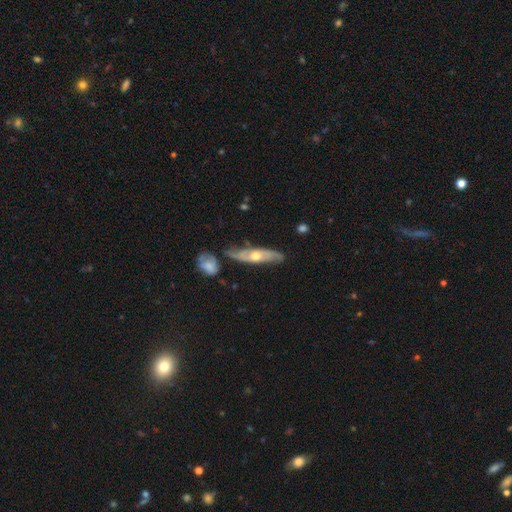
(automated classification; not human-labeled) Smooth or featured: featured or disk — 65% (smooth — 29%)
Edge-on disk: no — 52% (yes — 48%)
Merging: none — 69% (minor disturbance — 19%)